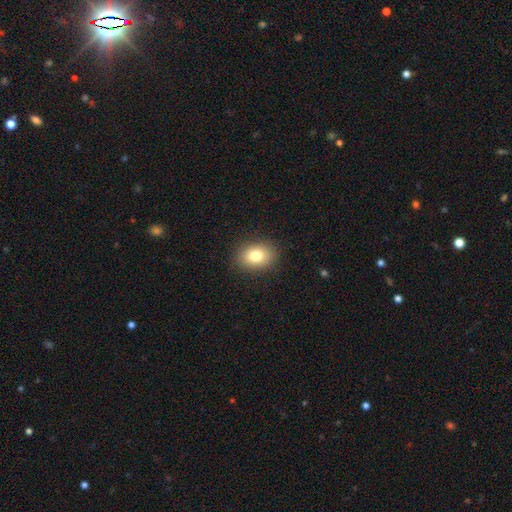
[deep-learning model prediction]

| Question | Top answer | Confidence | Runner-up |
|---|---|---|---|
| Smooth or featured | smooth | 81% | featured or disk (10%) |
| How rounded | in between | 72% | round (27%) |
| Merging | none | 88% | minor disturbance (9%) |